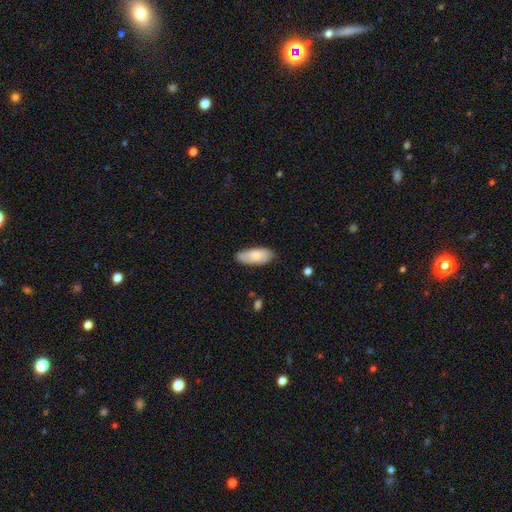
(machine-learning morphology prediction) smooth 79%, featured or disk 15%, star or artifact 6%. Down the decision tree: how rounded — in between (84%); merging — none (72%).